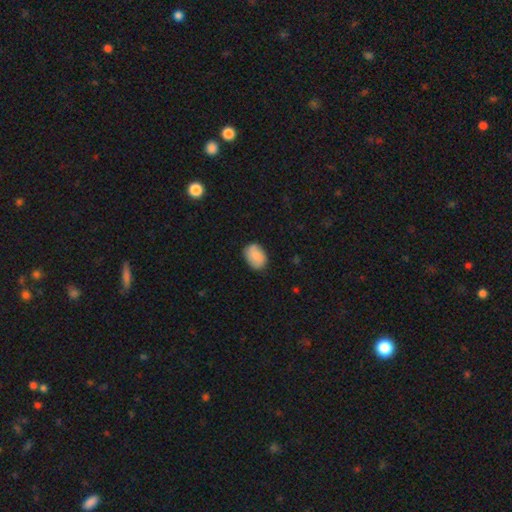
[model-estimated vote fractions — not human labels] Smooth or featured: smooth — 85% (featured or disk — 8%)
How rounded: in between — 79% (round — 20%)
Merging: none — 81% (minor disturbance — 15%)